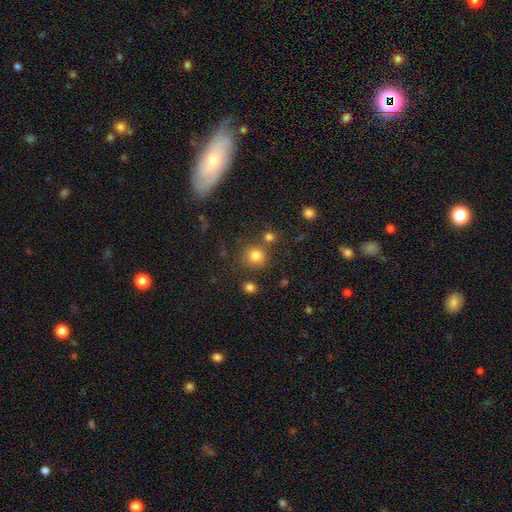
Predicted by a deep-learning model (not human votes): Smooth or featured? Predicted: smooth (p=0.80). How rounded? Predicted: round (p=0.89). Merging? Predicted: none (p=0.76).